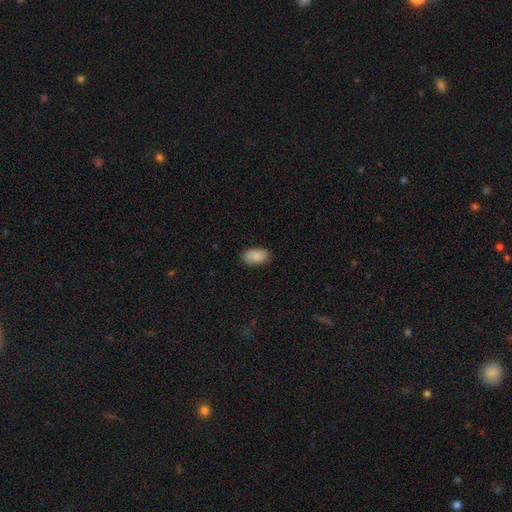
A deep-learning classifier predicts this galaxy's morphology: Smooth or featured?
  - smooth: 84% *
  - featured or disk: 9%
  - star or artifact: 7%
How rounded?
  - in between: 93% *
  - round: 5%
  - cigar-shaped: 2%
Merging?
  - none: 82% *
  - minor disturbance: 14%
  - major disturbance: 3%
  - merger: 1%